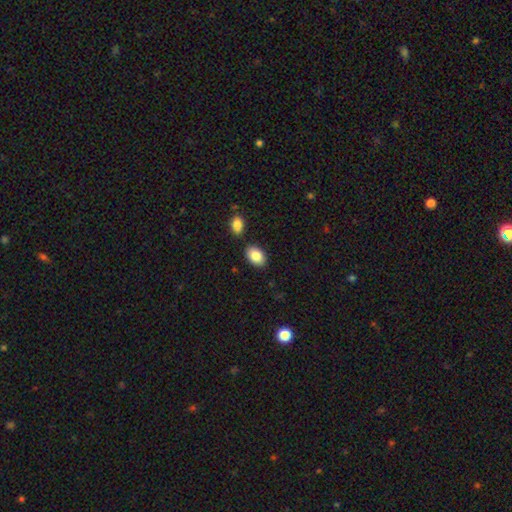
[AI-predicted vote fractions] Smooth or featured? Predicted: smooth (p=0.85). How rounded? Predicted: in between (p=0.89). Merging? Predicted: none (p=0.82).